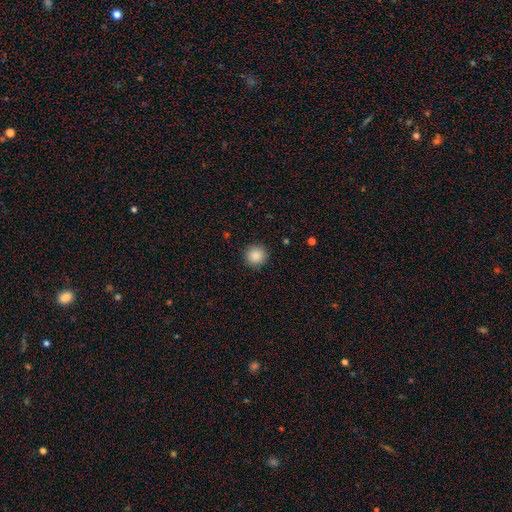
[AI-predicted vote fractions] Smooth or featured? Predicted: smooth (p=0.88). How rounded? Predicted: round (p=0.95). Merging? Predicted: none (p=0.91).